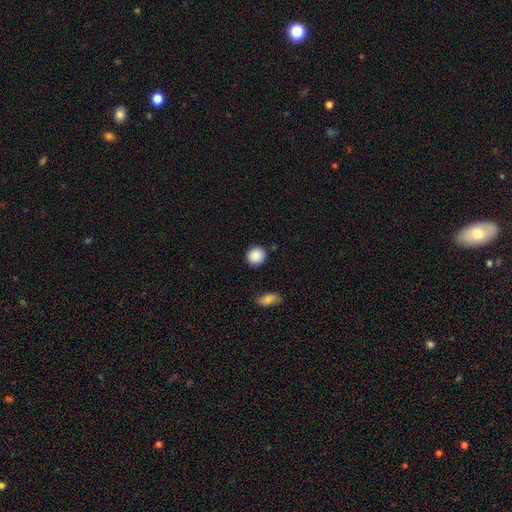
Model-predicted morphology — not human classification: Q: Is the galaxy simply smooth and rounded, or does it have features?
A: smooth — 89%.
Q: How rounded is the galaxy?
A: round — 88%.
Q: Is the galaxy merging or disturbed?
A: none — 88%.